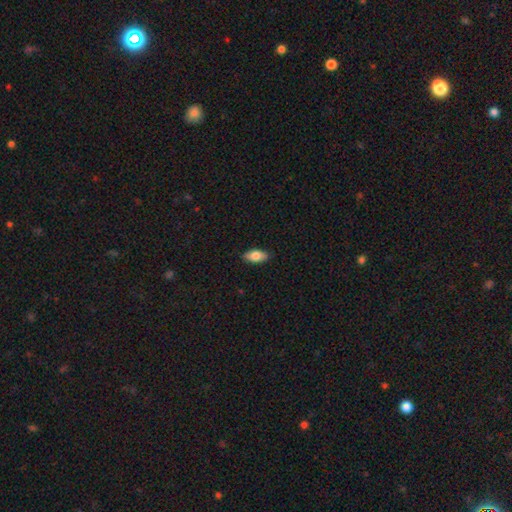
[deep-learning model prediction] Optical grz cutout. It shows a smooth galaxy with no disk features (80%) that is in between round and cigar-shaped (89%). Merging: none (88%).